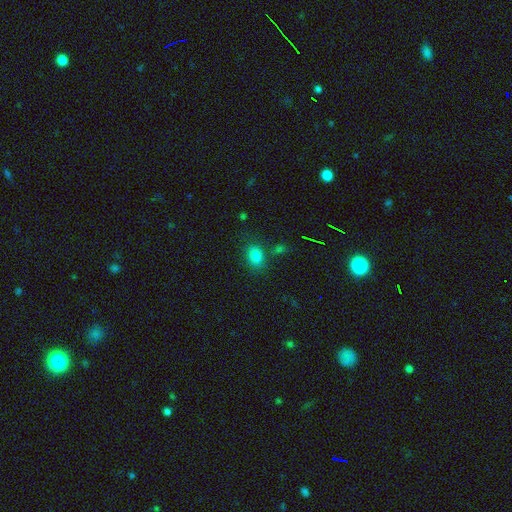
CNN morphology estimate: Smooth or featured? smooth (81%)
How rounded? in between (70%)
Merging? none (75%)